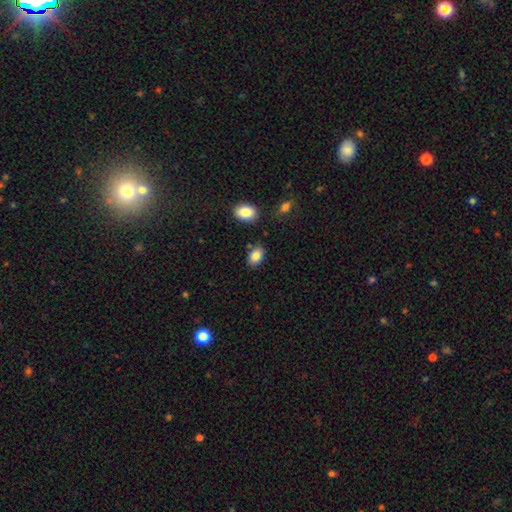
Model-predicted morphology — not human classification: Smooth or featured? Predicted: smooth (p=0.86). How rounded? Predicted: in between (p=0.86). Merging? Predicted: none (p=0.81).